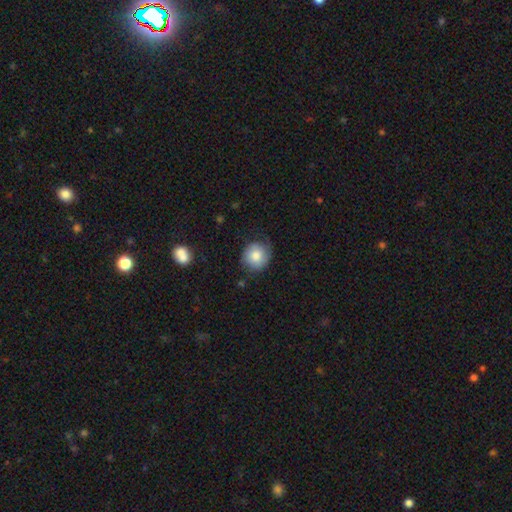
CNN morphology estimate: Overall: smooth (75%). How rounded: round (87%). Merging: none (68%).